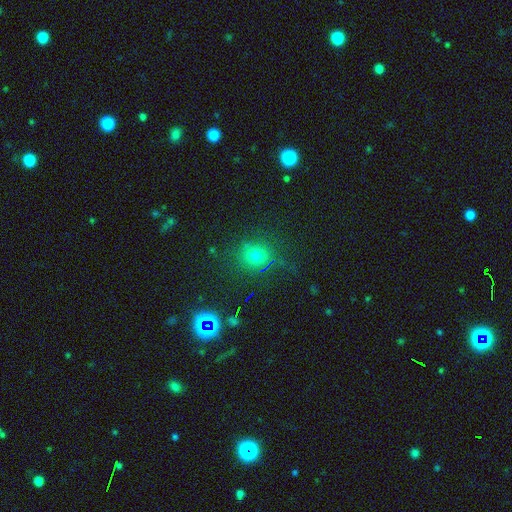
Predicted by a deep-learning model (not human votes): Q: Smooth or featured?
A: smooth (66%); runner-up: star or artifact (24%)
Q: How rounded?
A: round (80%); runner-up: in between (19%)
Q: Merging?
A: none (78%); runner-up: minor disturbance (12%)